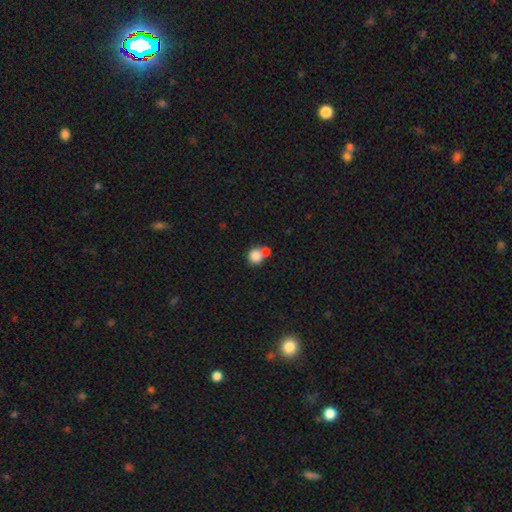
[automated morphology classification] A smooth galaxy with no disk features (83%) that is round (84%).

Vote fractions:
- Smooth or featured? smooth: 83% / star or artifact: 10% / featured or disk: 8%
- How rounded? round: 84% / in between: 15% / cigar-shaped: 1%
- Merging? merger: 46% / none: 42% / minor disturbance: 8% / major disturbance: 3%